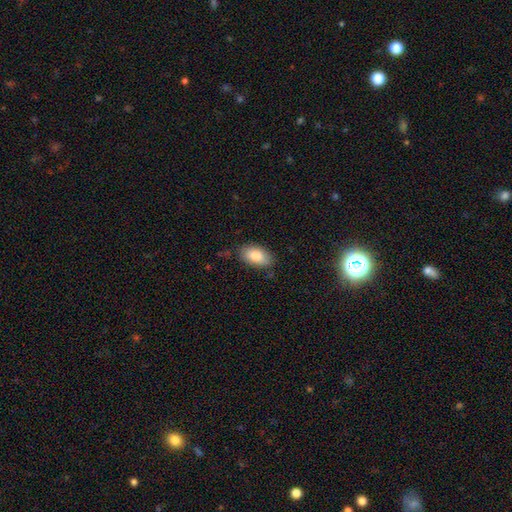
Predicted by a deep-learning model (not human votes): This is clearly a smooth galaxy (85%). How rounded: clearly in between (93%). Merging: likely none (80%).